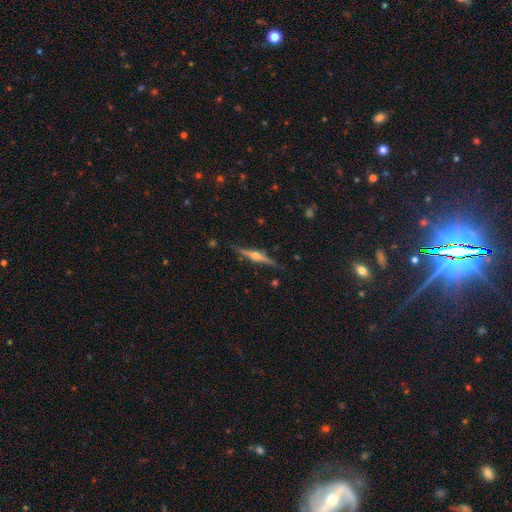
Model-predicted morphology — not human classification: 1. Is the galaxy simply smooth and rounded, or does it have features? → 82% featured or disk, 12% smooth, 6% star or artifact.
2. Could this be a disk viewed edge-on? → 98% yes, 2% no.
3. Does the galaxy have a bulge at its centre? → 93% rounded, 4% boxy, 3% none.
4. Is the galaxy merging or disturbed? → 87% none, 10% minor disturbance, 2% major disturbance, 1% merger.